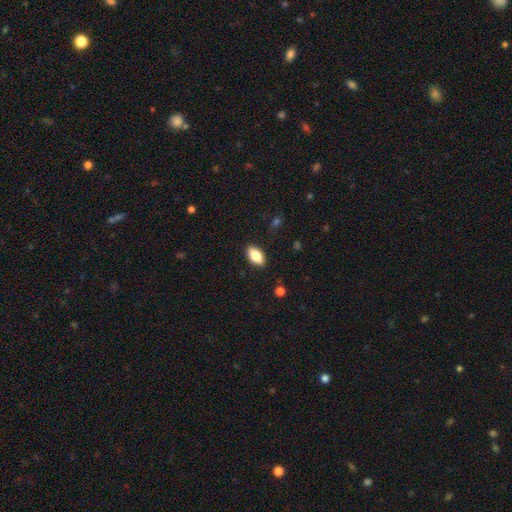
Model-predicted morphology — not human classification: smooth 82%, featured or disk 11%, star or artifact 7%. Down the decision tree: how rounded — in between (91%); merging — none (87%).